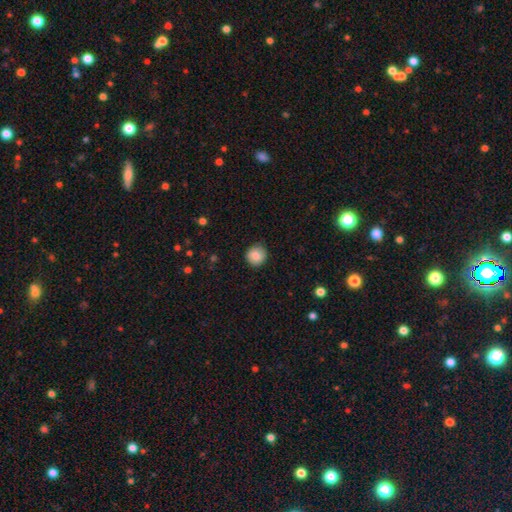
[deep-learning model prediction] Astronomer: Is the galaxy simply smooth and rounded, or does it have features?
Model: smooth — 86%.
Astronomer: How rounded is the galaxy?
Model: round — 91%.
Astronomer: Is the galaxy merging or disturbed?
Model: none — 87%.